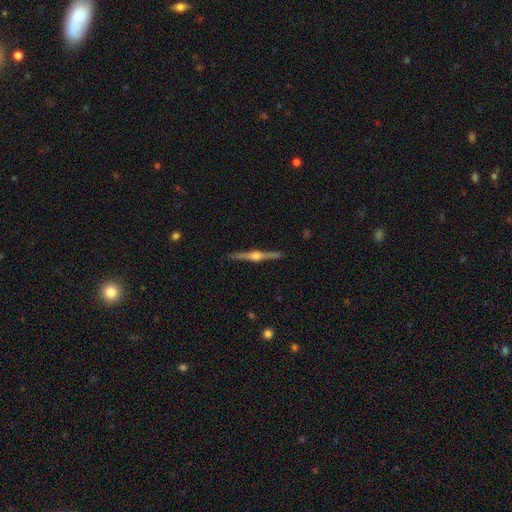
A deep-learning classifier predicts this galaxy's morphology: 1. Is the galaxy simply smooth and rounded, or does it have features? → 86% featured or disk, 9% smooth, 5% star or artifact.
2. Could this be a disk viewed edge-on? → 99% yes, 1% no.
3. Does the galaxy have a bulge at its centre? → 92% rounded, 5% boxy, 3% none.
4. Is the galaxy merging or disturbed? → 92% none, 5% minor disturbance, 1% major disturbance, 1% merger.